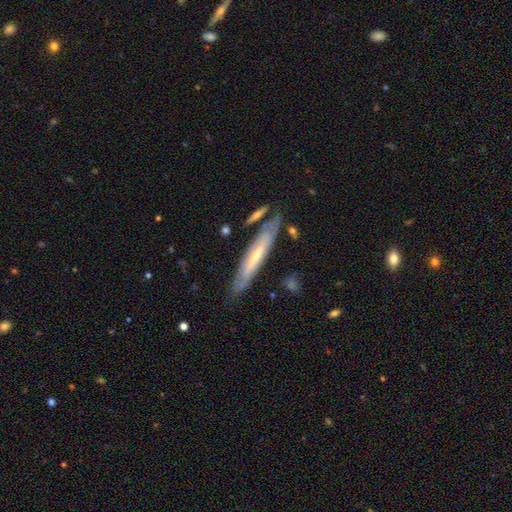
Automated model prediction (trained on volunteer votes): A featured or disk galaxy (61%) viewed edge-on (68%). Merging: none (76%).